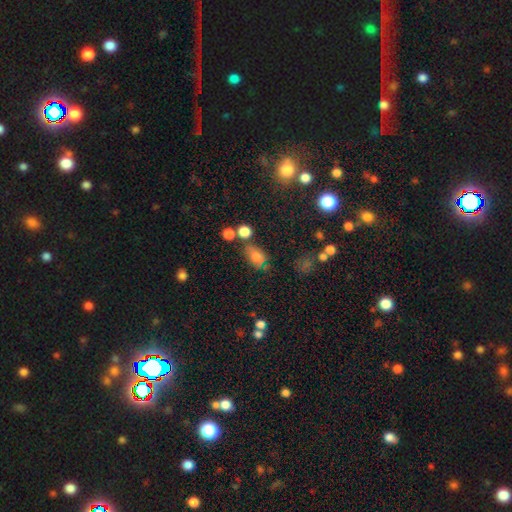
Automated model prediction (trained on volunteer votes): Smooth or featured? smooth (74%)
How rounded? in between (80%)
Merging? none (61%)